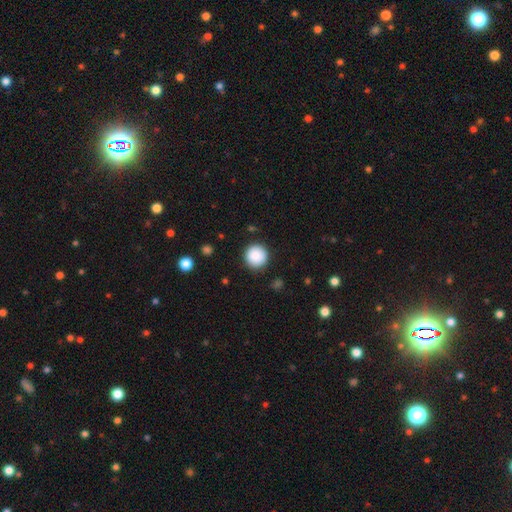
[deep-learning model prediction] smooth 88%, star or artifact 8%, featured or disk 4%. Down the decision tree: how rounded — round (96%); merging — none (90%).